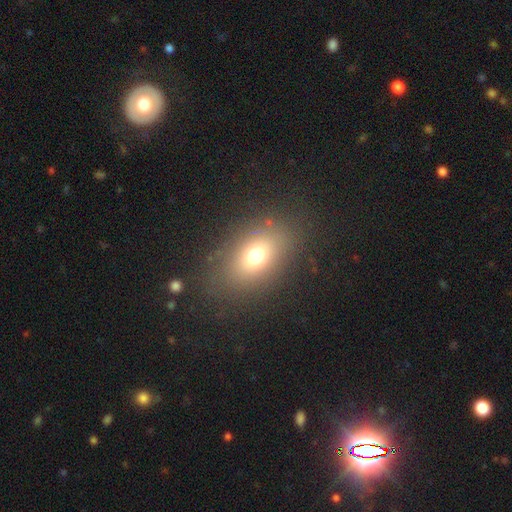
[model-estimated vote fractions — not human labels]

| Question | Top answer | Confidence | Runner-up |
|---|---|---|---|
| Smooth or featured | smooth | 69% | featured or disk (16%) |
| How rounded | in between | 75% | round (23%) |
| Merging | none | 81% | minor disturbance (11%) |